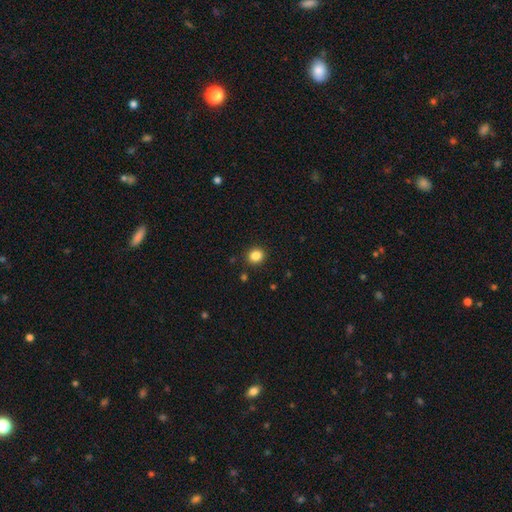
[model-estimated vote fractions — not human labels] This appears to be a smooth galaxy with no disk features (85%) that is round (82%). Merging: none (91%).